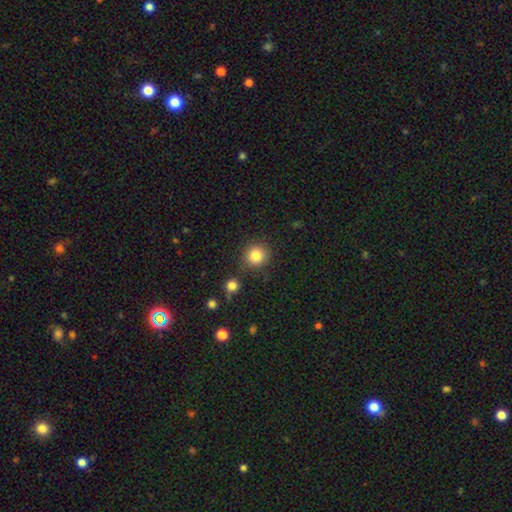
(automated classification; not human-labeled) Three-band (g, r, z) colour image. It shows a smooth galaxy with no disk features (83%) that is round (92%). Merging: none (85%).